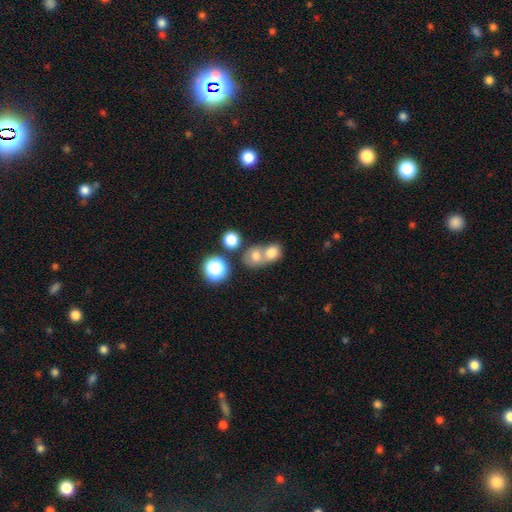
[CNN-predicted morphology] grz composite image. It shows a smooth galaxy with no disk features (72%) that is round (65%). Merging: merger (59%).